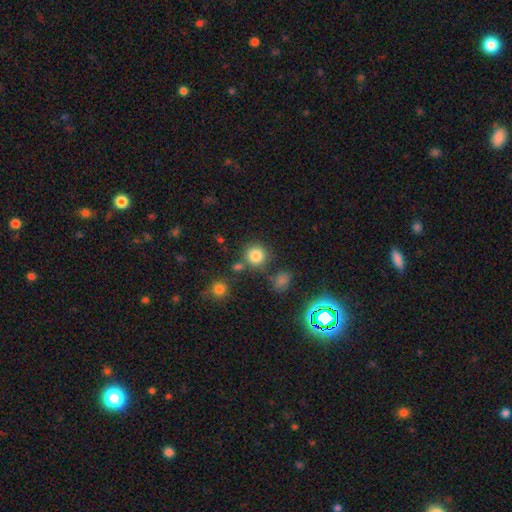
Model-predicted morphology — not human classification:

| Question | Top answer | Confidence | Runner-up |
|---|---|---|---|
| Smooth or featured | smooth | 81% | star or artifact (14%) |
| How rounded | round | 91% | in between (8%) |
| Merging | none | 74% | merger (11%) |